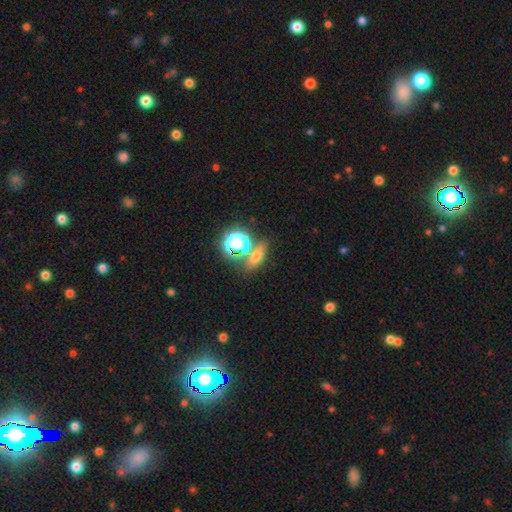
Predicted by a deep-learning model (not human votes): A smooth galaxy with no disk features (59%) that is in between round and cigar-shaped (56%).

Vote fractions:
- Smooth or featured? smooth: 59% / star or artifact: 25% / featured or disk: 15%
- How rounded? in between: 56% / round: 31% / cigar-shaped: 13%
- Merging? none: 64% / merger: 19% / minor disturbance: 12% / major disturbance: 5%